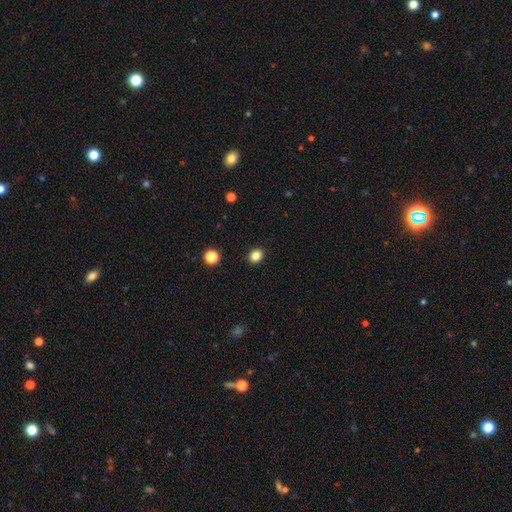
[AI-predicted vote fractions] smooth 84%, star or artifact 12%, featured or disk 4%. Down the decision tree: how rounded — round (68%); merging — none (91%).